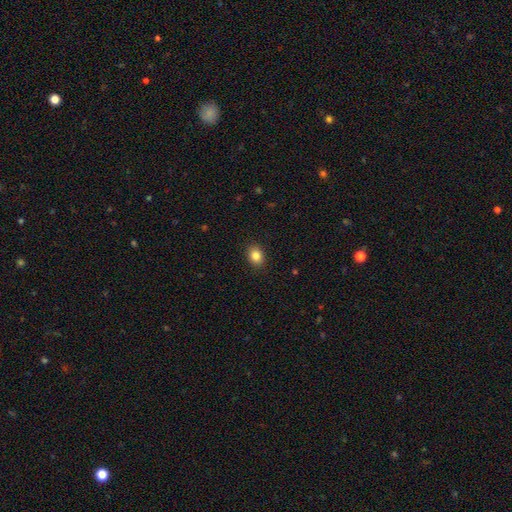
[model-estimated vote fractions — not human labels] smooth 84%, star or artifact 10%, featured or disk 6%. Down the decision tree: how rounded — in between (57%); merging — none (90%).